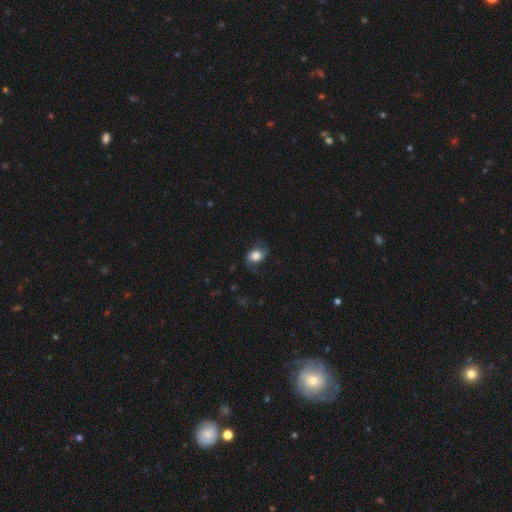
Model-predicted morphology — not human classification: This appears to be a smooth galaxy with no disk features (63%) that is in between round and cigar-shaped (65%). Merging: none (67%).